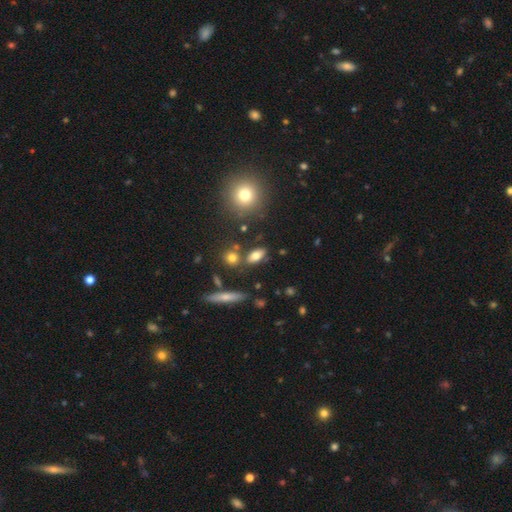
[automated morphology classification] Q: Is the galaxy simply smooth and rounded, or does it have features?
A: smooth — 73%.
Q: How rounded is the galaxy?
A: in between — 80%.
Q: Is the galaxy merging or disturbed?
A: none — 75%.